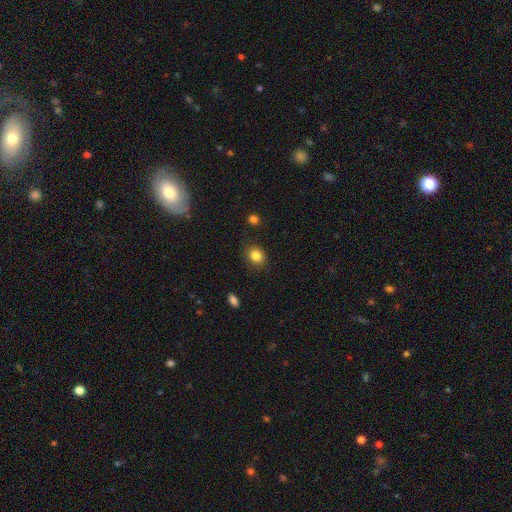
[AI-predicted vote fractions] Morphology: type=smooth (85%); roundness=round (70%); merging=none (83%).